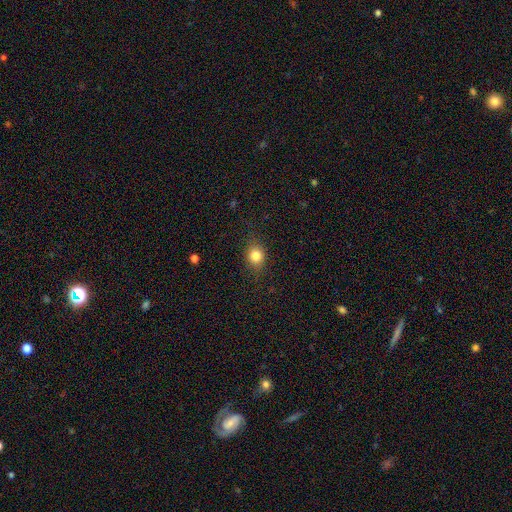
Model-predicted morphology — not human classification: Smooth or featured? Predicted: smooth (p=0.81). How rounded? Predicted: round (p=0.67). Merging? Predicted: none (p=0.81).